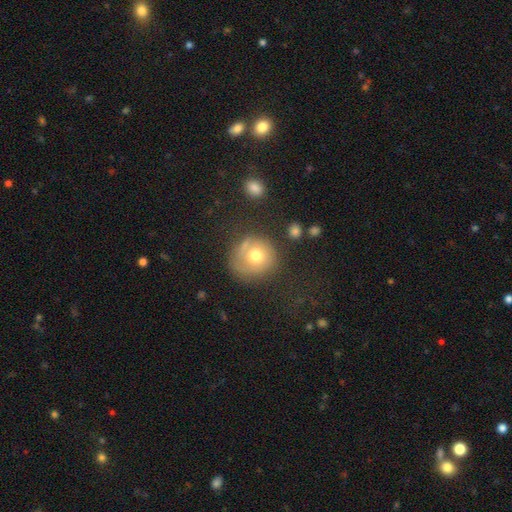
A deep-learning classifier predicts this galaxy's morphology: Smooth or featured?
  - smooth: 63% *
  - featured or disk: 27%
  - star or artifact: 10%
How rounded?
  - round: 88% *
  - in between: 11%
  - cigar-shaped: 1%
Merging?
  - none: 63% *
  - minor disturbance: 21%
  - major disturbance: 12%
  - merger: 5%